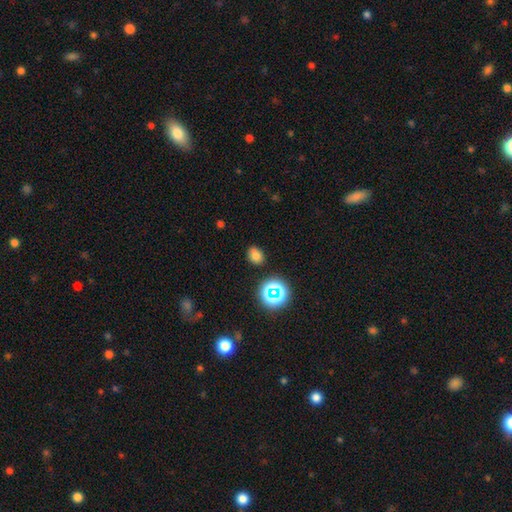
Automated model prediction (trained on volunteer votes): Smooth or featured?
  - smooth: 72% *
  - star or artifact: 20%
  - featured or disk: 8%
How rounded?
  - round: 51% *
  - in between: 48%
  - cigar-shaped: 1%
Merging?
  - none: 81% *
  - minor disturbance: 13%
  - major disturbance: 3%
  - merger: 3%